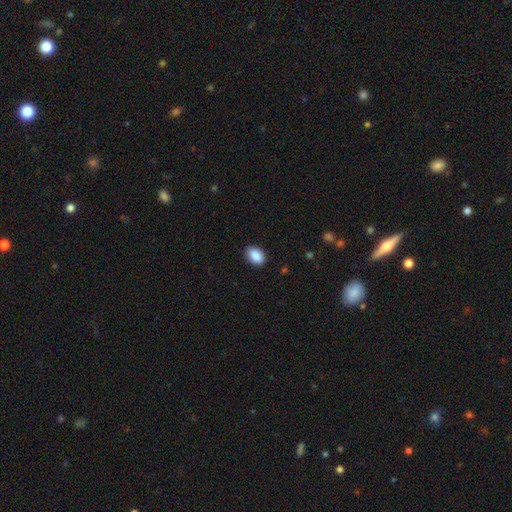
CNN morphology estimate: type=smooth (90%); roundness=in between (89%); merging=none (87%).